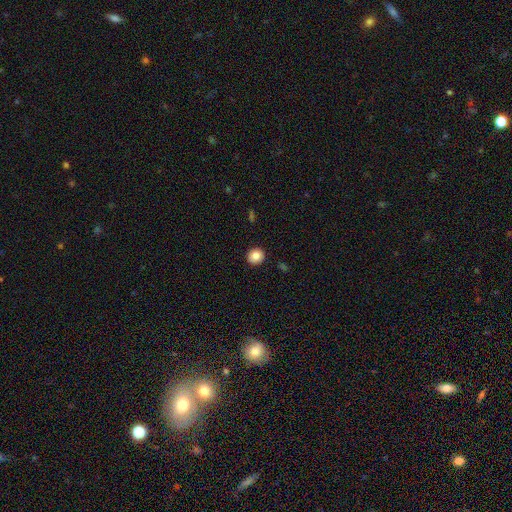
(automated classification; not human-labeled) Q: Smooth or featured?
A: smooth (85%); runner-up: star or artifact (9%)
Q: How rounded?
A: round (90%); runner-up: in between (9%)
Q: Merging?
A: none (92%); runner-up: minor disturbance (5%)